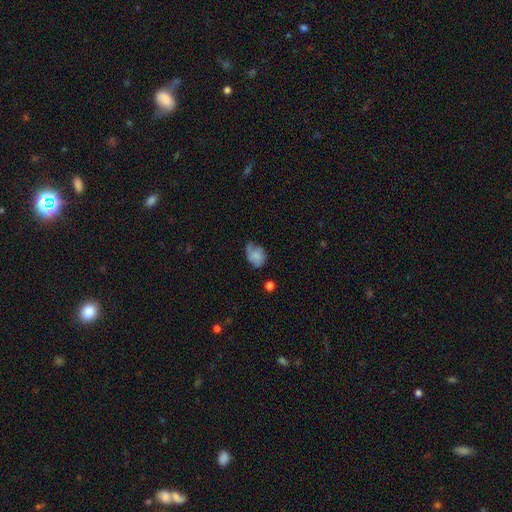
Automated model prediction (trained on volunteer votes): Overall: smooth (62%; featured or disk 29%). How rounded: in between (63%; round 36%). Merging: none (44%; minor disturbance 36%).